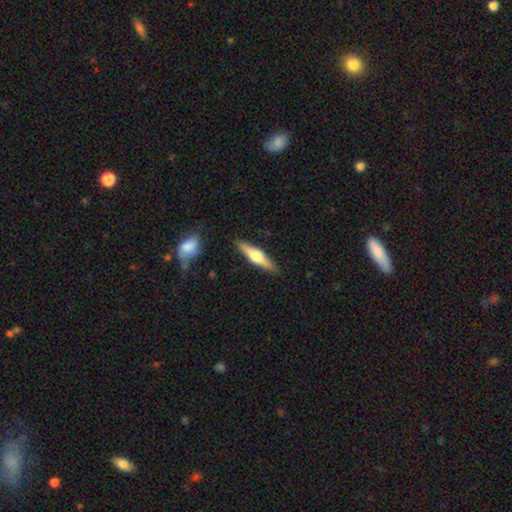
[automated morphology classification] A featured or disk galaxy (55%) viewed edge-on (96%) with a rounded central bulge (89%). Merging: none (88%).